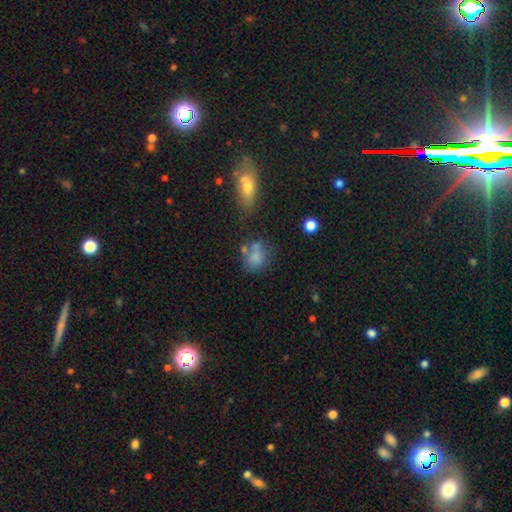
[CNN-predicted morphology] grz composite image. It shows a smooth galaxy with no disk features (74%) that is round (62%). Merging: none (47%).